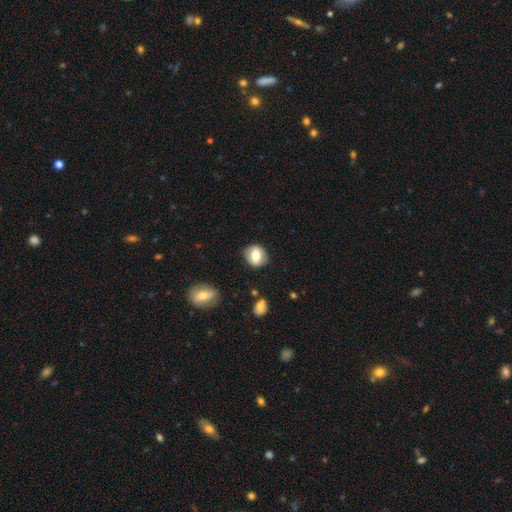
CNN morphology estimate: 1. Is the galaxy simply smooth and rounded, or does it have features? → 66% smooth, 26% featured or disk, 8% star or artifact.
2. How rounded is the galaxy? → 65% round, 34% in between, 1% cigar-shaped.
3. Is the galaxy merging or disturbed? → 82% none, 13% minor disturbance, 4% major disturbance, 2% merger.